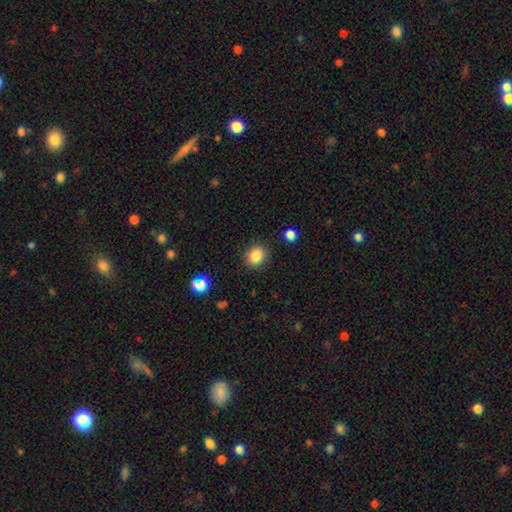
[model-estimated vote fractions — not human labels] This is clearly a smooth galaxy (85%). How rounded: likely round (71%). Merging: clearly none (88%).